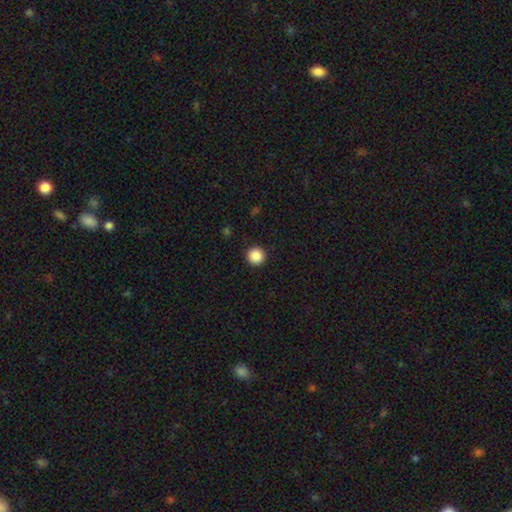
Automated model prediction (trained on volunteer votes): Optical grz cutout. It shows a smooth galaxy with no disk features (88%) that is round (96%). Merging: none (93%).